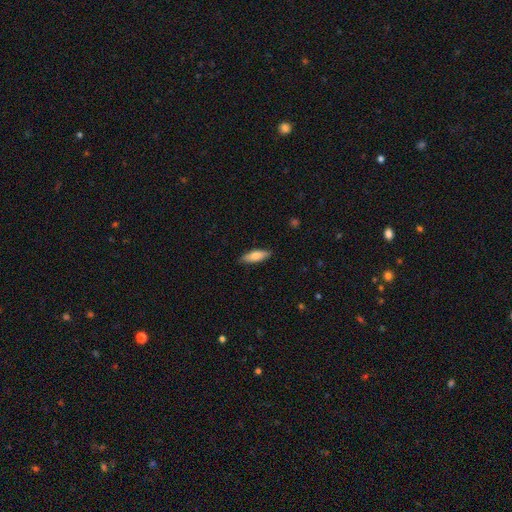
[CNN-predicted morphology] This appears to be a smooth galaxy with no disk features (77%) that is in between round and cigar-shaped (54%). Merging: none (87%).